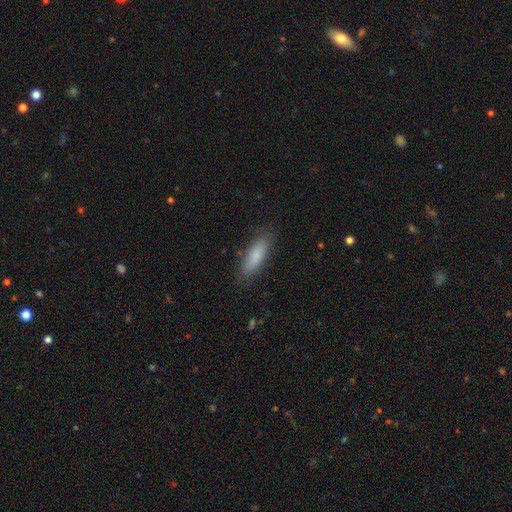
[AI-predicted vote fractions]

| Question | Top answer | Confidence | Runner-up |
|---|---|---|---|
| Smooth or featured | smooth | 83% | featured or disk (11%) |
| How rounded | cigar-shaped | 49% | tied: in between (49%) |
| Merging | none | 84% | minor disturbance (12%) |